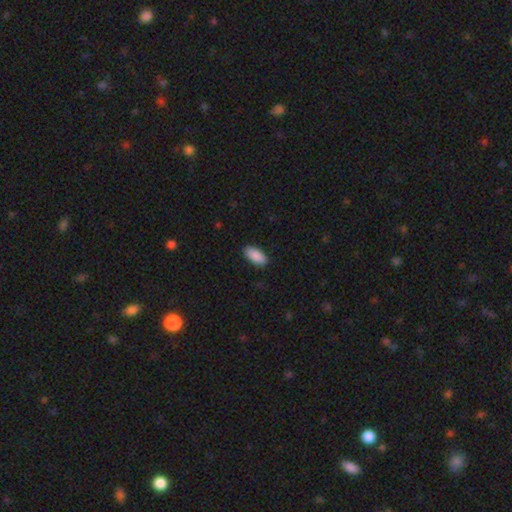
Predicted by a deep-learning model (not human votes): Smooth or featured? Predicted: smooth (p=0.90). How rounded? Predicted: in between (p=0.92). Merging? Predicted: none (p=0.88).